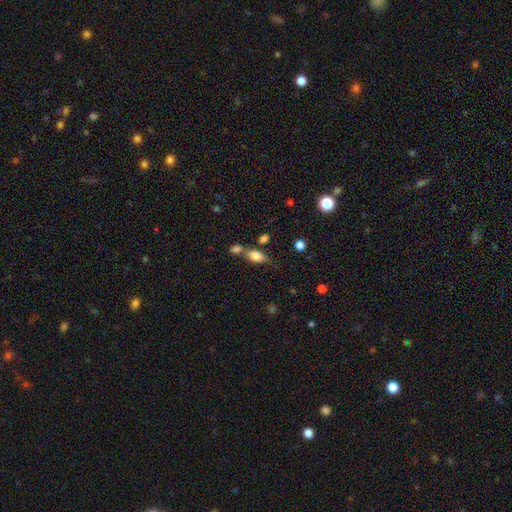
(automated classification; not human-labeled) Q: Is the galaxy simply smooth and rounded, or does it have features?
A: smooth — 76%.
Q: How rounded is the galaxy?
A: in between — 84%.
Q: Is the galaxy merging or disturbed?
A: none — 49%.